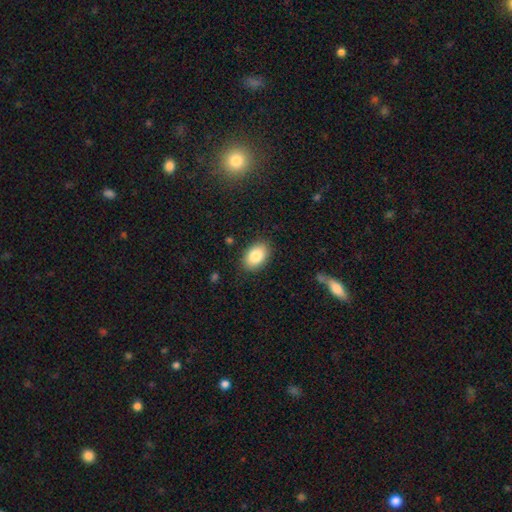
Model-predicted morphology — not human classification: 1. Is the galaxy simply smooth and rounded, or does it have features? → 84% smooth, 9% featured or disk, 7% star or artifact.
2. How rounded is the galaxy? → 88% in between, 11% round, 1% cigar-shaped.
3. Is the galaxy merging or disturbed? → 86% none, 10% minor disturbance, 3% major disturbance, 1% merger.